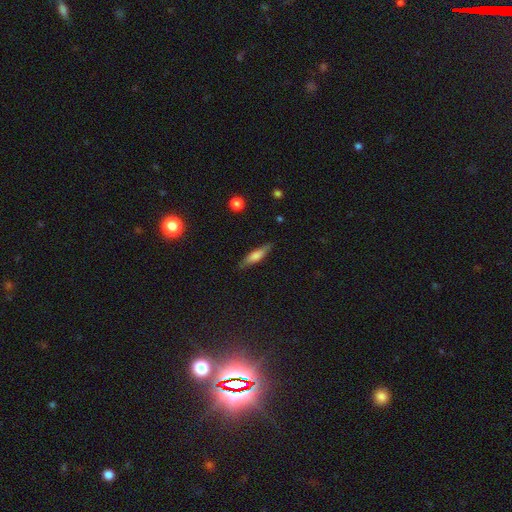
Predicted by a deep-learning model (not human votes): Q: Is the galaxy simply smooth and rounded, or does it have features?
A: smooth — 58%.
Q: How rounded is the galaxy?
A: cigar-shaped — 72%.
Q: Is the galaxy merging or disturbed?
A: none — 83%.